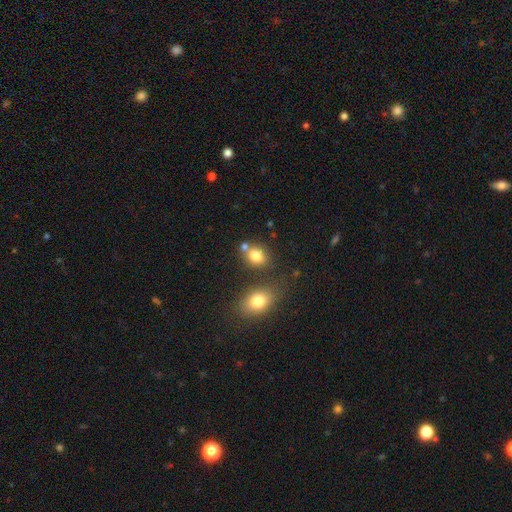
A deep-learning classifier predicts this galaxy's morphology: Smooth or featured? Predicted: smooth (p=0.80). How rounded? Predicted: in between (p=0.51). Merging? Predicted: none (p=0.62).